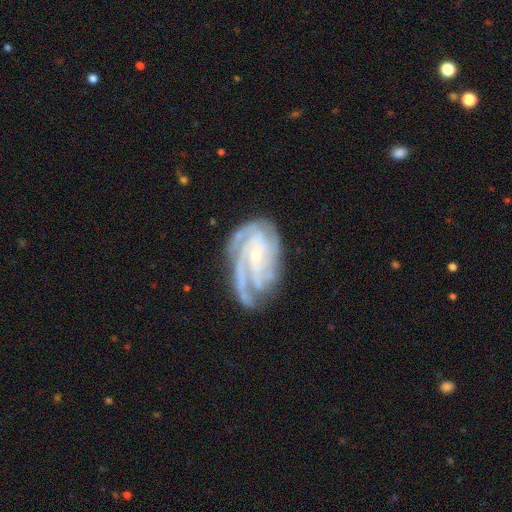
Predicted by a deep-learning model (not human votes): smooth-or-featured: featured or disk: 89% | star or artifact: 6% | smooth: 6%
  disk-edge-on: no: 97% | yes: 3%
    bar: no: 61% | weak: 29% | strong: 10%
    has-spiral-arms: yes: 98% | no: 2%
      spiral-winding: tight: 66% | medium: 29% | loose: 5%
      spiral-arm-count: 3: 35% | 4: 26% | can't tell: 16% | 2: 11% | more than 4: 6% | 1: 5%
    bulge-size: small: 77% | moderate: 19% | none: 2% | large: 1% | dominant: 1%
  merging: none: 63% | minor disturbance: 23% | major disturbance: 11% | merger: 3%